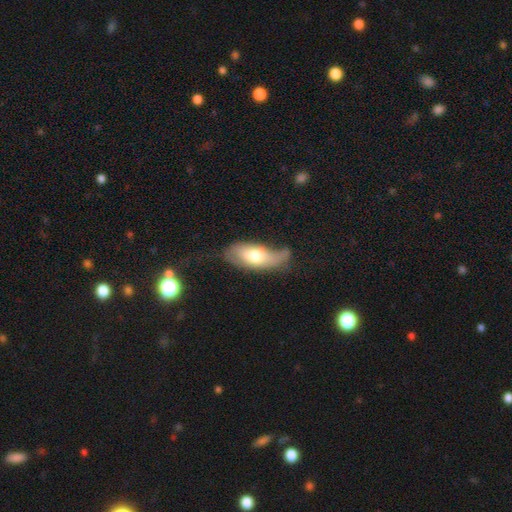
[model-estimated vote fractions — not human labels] Smooth or featured?
  - smooth: 58% *
  - featured or disk: 35%
  - star or artifact: 7%
How rounded?
  - in between: 81% *
  - cigar-shaped: 15%
  - round: 4%
Merging?
  - minor disturbance: 35% *
  - none: 34%
  - major disturbance: 24%
  - merger: 7%